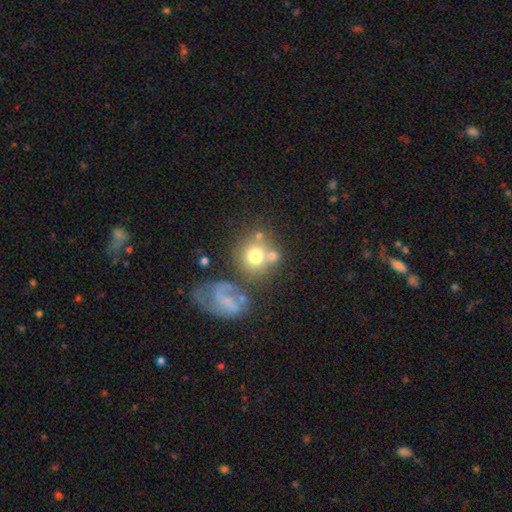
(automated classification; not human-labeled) Morphology: type=smooth (67%); roundness=round (82%); merging=none (52%).